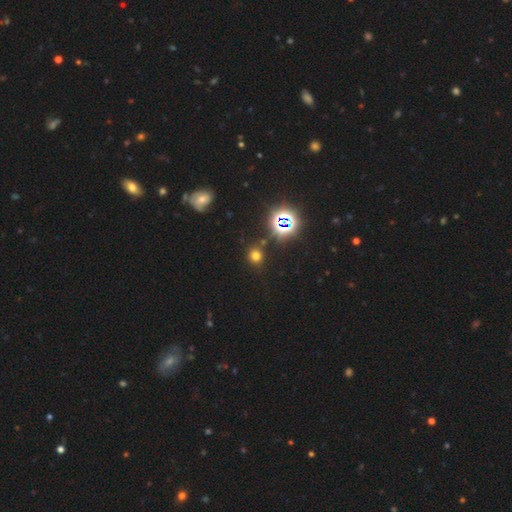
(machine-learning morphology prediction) type=smooth (63%); roundness=round (83%); merging=none (82%).